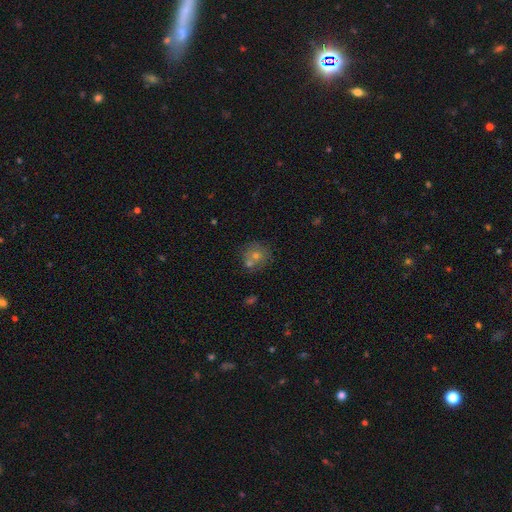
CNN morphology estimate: This is possibly a smooth galaxy (58%). How rounded: clearly round (88%). Merging: likely none (65%).